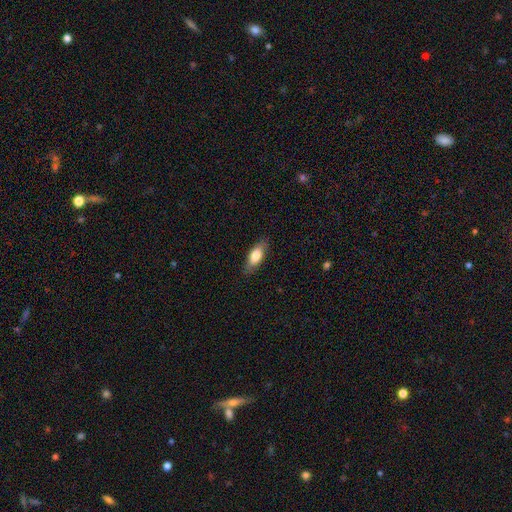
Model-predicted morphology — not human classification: The model was most divided on "how rounded": in between: 75%, cigar-shaped: 23%, round: 3%. More confident: merging — none (85%); smooth or featured — smooth (77%).